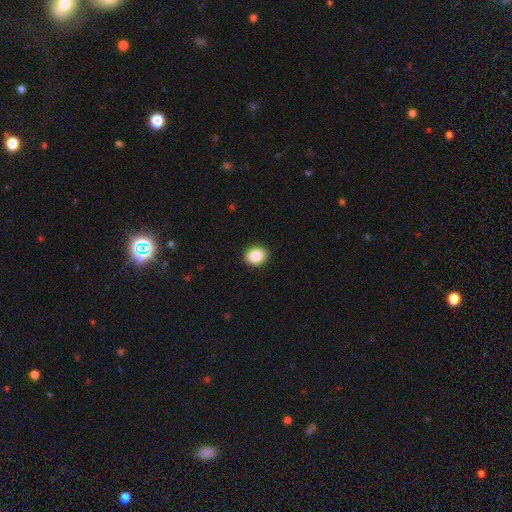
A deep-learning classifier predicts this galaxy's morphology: Overall: smooth (85%). How rounded: round (70%). Merging: none (92%).